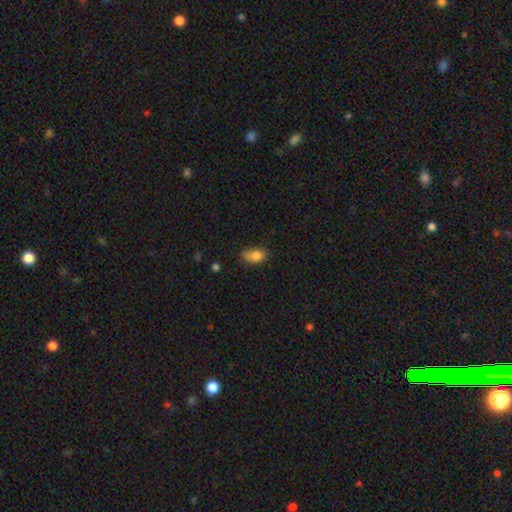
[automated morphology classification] Smooth or featured?
  - smooth: 81% *
  - star or artifact: 10%
  - featured or disk: 9%
How rounded?
  - in between: 79% *
  - round: 19%
  - cigar-shaped: 2%
Merging?
  - none: 48% *
  - minor disturbance: 34%
  - merger: 9%
  - major disturbance: 9%